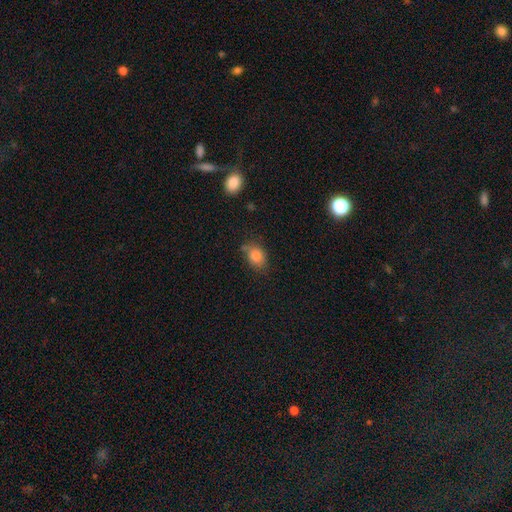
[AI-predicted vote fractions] This appears to be a smooth galaxy with no disk features (83%) that is in between round and cigar-shaped (63%). Merging: none (64%).